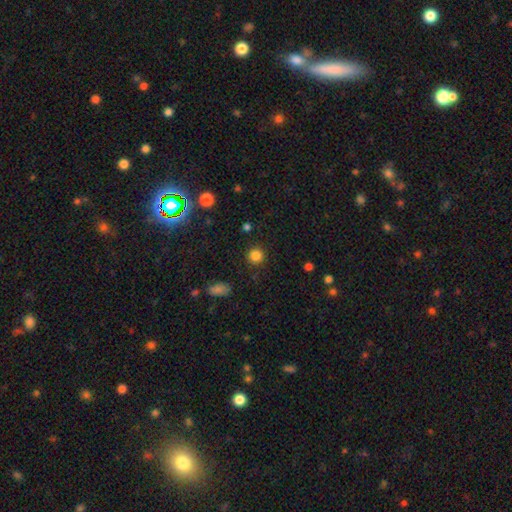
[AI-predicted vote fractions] smooth_or_featured: smooth (p=0.84) [alt: star or artifact p=0.12]
how_rounded: round (p=0.94) [alt: in between p=0.05]
merging: none (p=0.90) [alt: minor disturbance p=0.06]